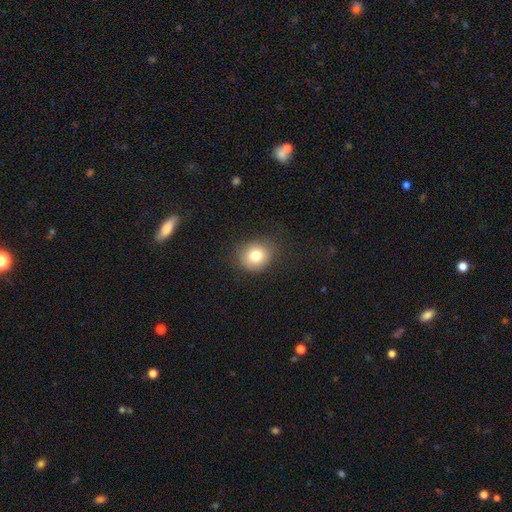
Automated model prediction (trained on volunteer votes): Morphology: type=smooth (79%); roundness=round (77%); merging=none (83%).